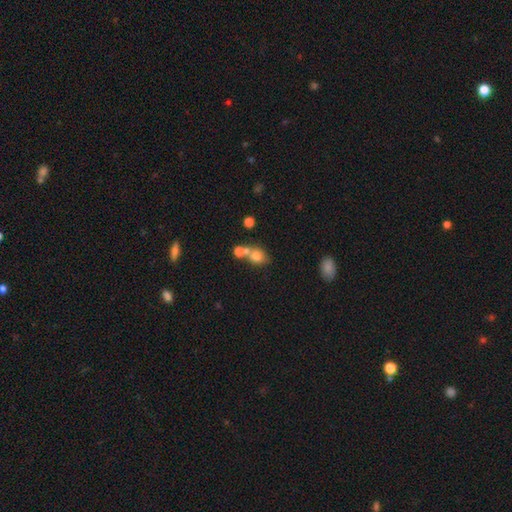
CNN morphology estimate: smooth-or-featured: smooth: 73% | featured or disk: 15% | star or artifact: 12%
  how-rounded: round: 62% | in between: 37% | cigar-shaped: 1%
  merging: none: 42% (tied) | merger: 42% (tied) | minor disturbance: 10% | major disturbance: 5%